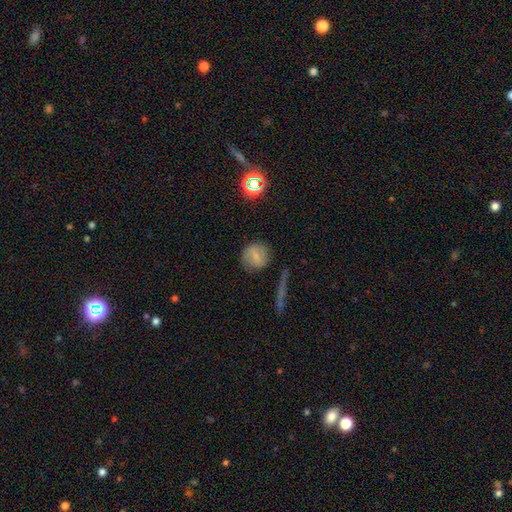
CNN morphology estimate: Smooth or featured?
  - smooth: 64% *
  - featured or disk: 23%
  - star or artifact: 12%
How rounded?
  - round: 85% *
  - in between: 14%
  - cigar-shaped: 2%
Merging?
  - none: 79% *
  - minor disturbance: 13%
  - major disturbance: 5%
  - merger: 2%